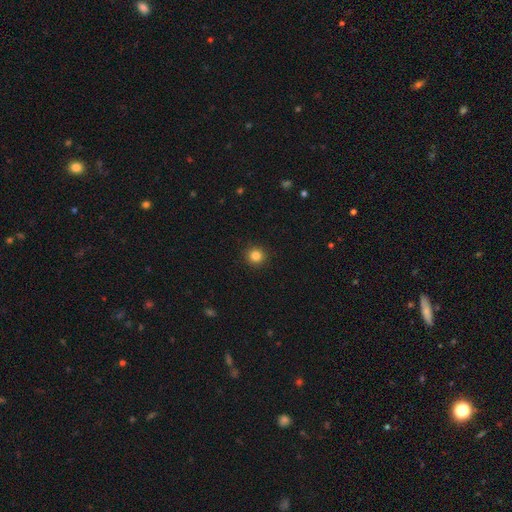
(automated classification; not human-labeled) Overall: smooth (84%). How rounded: round (94%). Merging: none (93%).